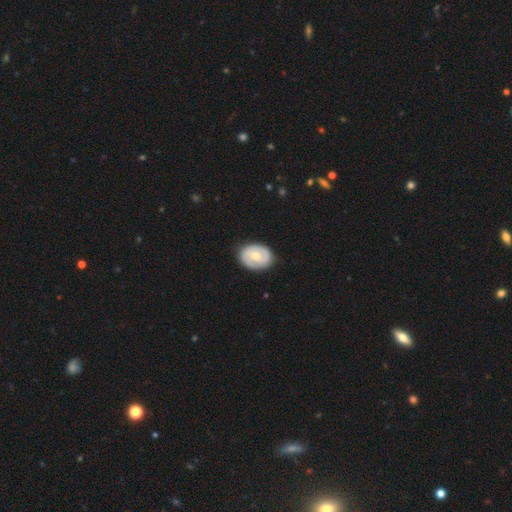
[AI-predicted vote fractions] This appears to be a featured or disk galaxy (55%) with no bar (67%), spiral arms (61%) and a moderate central bulge (65%). Merging: none (84%).